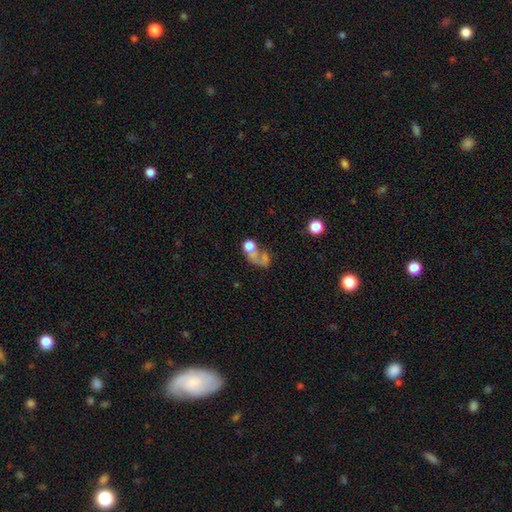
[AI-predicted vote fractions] The model was most divided on "merging": major disturbance: 32%, merger: 30%, none: 27%, minor disturbance: 11%. Remaining: smooth or featured — smooth (41%).